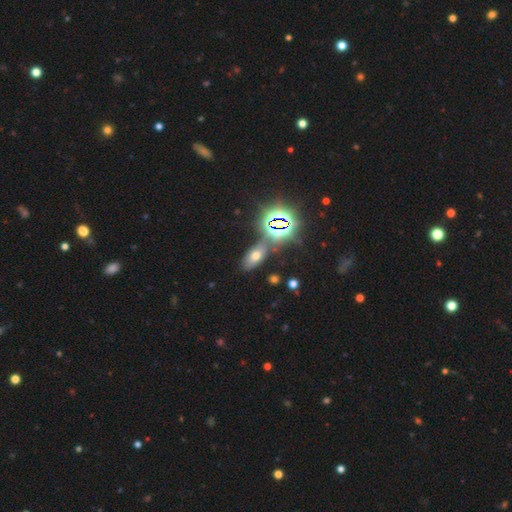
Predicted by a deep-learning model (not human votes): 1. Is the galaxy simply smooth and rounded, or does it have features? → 48% smooth, 37% star or artifact, 15% featured or disk.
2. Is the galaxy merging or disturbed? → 75% none, 12% minor disturbance, 8% merger, 5% major disturbance.